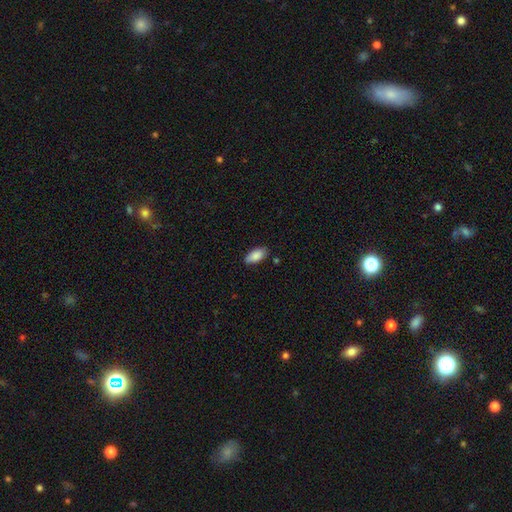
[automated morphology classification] The model was most divided on "merging": none: 81%, minor disturbance: 15%, major disturbance: 2%, merger: 2%. More confident: how rounded — in between (91%); smooth or featured — smooth (87%).